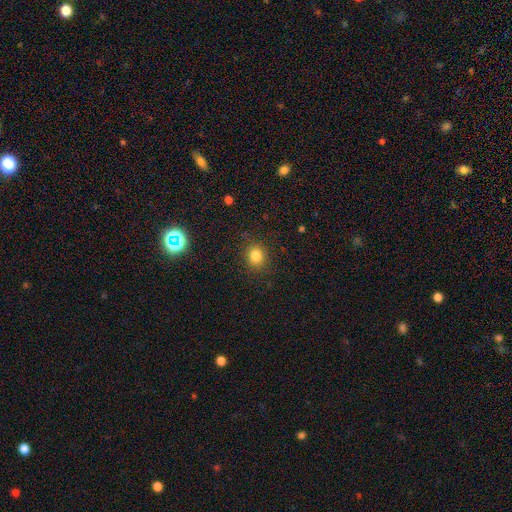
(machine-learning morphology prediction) Q: Smooth or featured?
A: smooth (80%); runner-up: star or artifact (14%)
Q: How rounded?
A: round (75%); runner-up: in between (24%)
Q: Merging?
A: none (86%); runner-up: minor disturbance (9%)